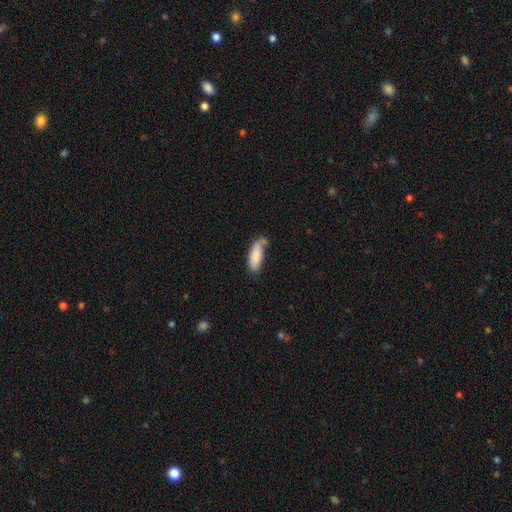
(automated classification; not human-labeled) The model was most divided on "merging": none: 49%, minor disturbance: 31%, major disturbance: 10%, merger: 9%. More confident: smooth or featured — smooth (84%); how rounded — in between (66%).